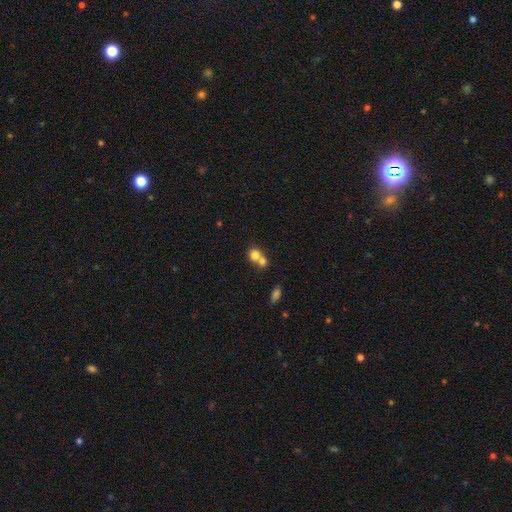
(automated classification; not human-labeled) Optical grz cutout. It shows a smooth galaxy with no disk features (76%) that is round (73%). Merging: merger (62%).